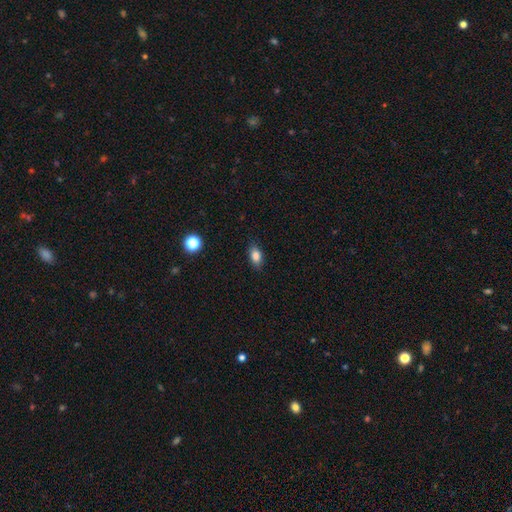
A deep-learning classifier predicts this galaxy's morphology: Smooth or featured? Predicted: smooth (p=0.84). How rounded? Predicted: in between (p=0.85). Merging? Predicted: none (p=0.85).